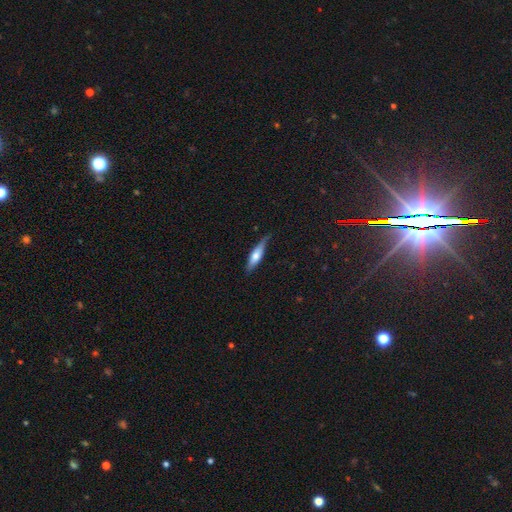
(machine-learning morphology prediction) The model was most divided on "smooth or featured": smooth: 57%, featured or disk: 38%, star or artifact: 6%. More confident: how rounded — cigar-shaped (71%); merging — none (70%).